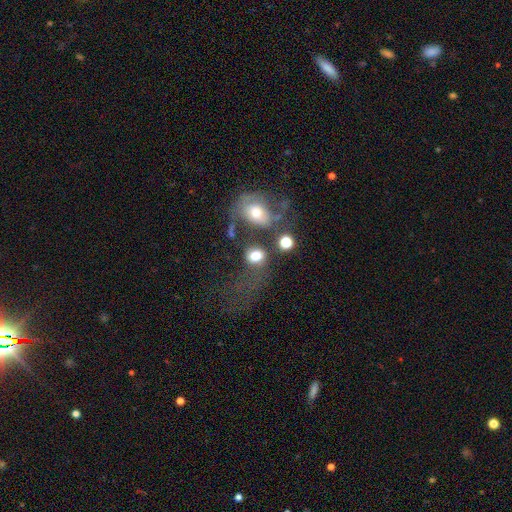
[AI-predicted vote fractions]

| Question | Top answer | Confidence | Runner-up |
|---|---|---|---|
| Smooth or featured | smooth | 74% | featured or disk (14%) |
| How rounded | round | 57% | in between (41%) |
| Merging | none | 34% | merger (27%) |